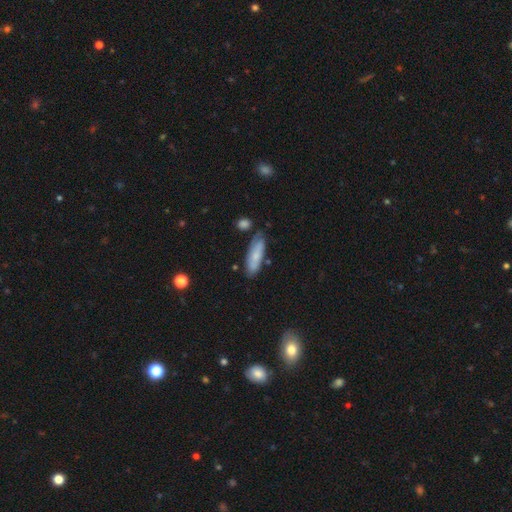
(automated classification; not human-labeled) Overall: smooth (69%). How rounded: cigar-shaped (52%; in between 46%). Merging: none (73%).